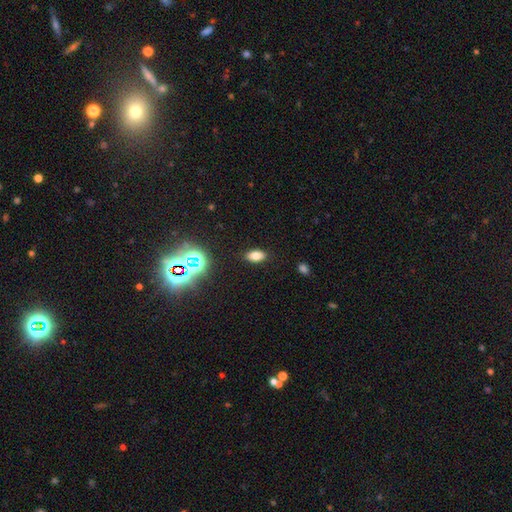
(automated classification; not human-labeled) A smooth galaxy with no disk features (74%) that is in between round and cigar-shaped (89%). Merging: none (88%).